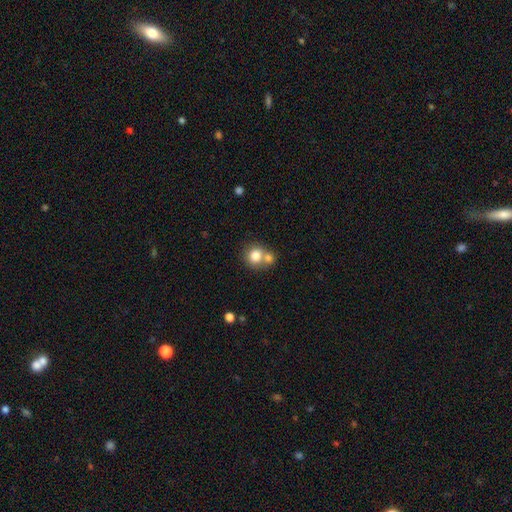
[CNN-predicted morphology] This appears to be a smooth galaxy with no disk features (79%) that is round (83%). Merging: merger (45%, tied with none).